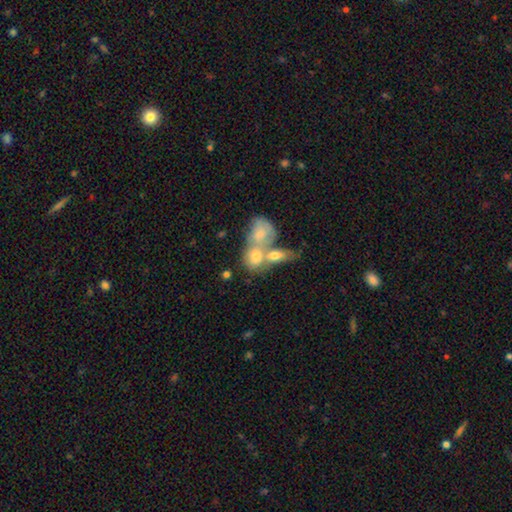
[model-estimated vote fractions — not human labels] A featured or disk galaxy (45%).

Vote fractions:
- Smooth or featured? featured or disk: 45% / smooth: 39% / star or artifact: 17%
- Merging? merger: 65% / none: 20% / major disturbance: 8% / minor disturbance: 7%